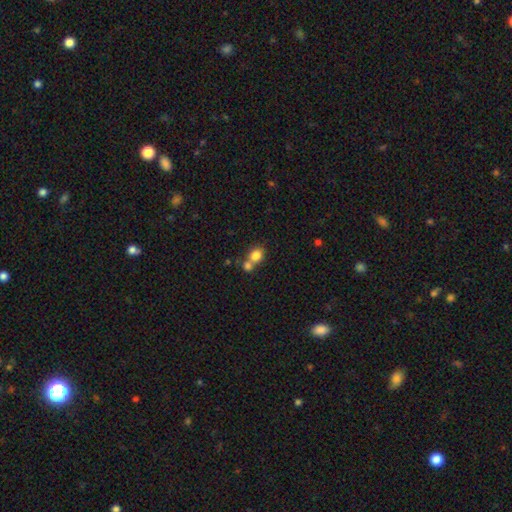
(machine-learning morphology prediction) This is clearly a smooth galaxy (81%). How rounded: likely round (66%). Merging: possibly merger (49%).